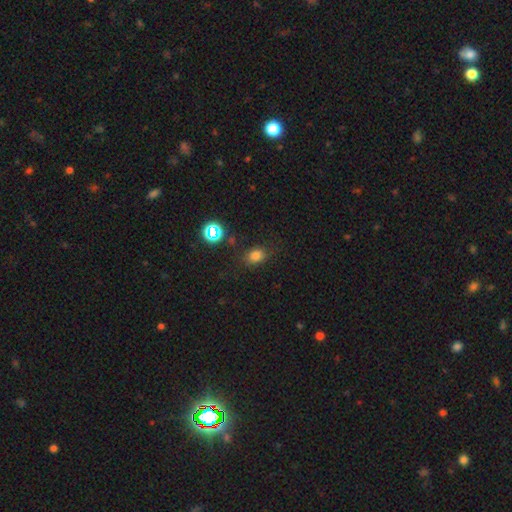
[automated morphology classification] smooth 75%, star or artifact 18%, featured or disk 7%. Down the decision tree: how rounded — in between (61%); merging — none (77%).